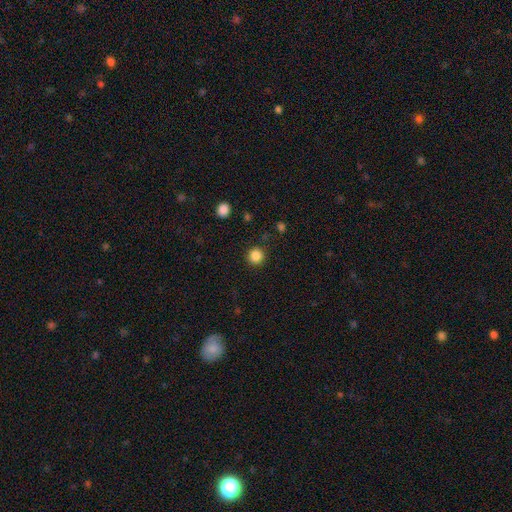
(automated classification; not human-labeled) smooth-or-featured: smooth: 86% | star or artifact: 11% | featured or disk: 3%
  how-rounded: round: 94% | in between: 5% | cigar-shaped: 1%
  merging: none: 91% | minor disturbance: 6% | major disturbance: 2% | merger: 1%